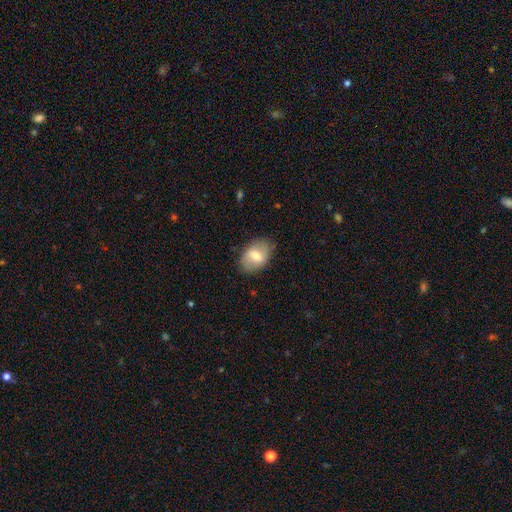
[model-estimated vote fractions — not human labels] smooth 60%, featured or disk 33%, star or artifact 7%. Down the decision tree: how rounded — in between (83%); merging — none (83%).